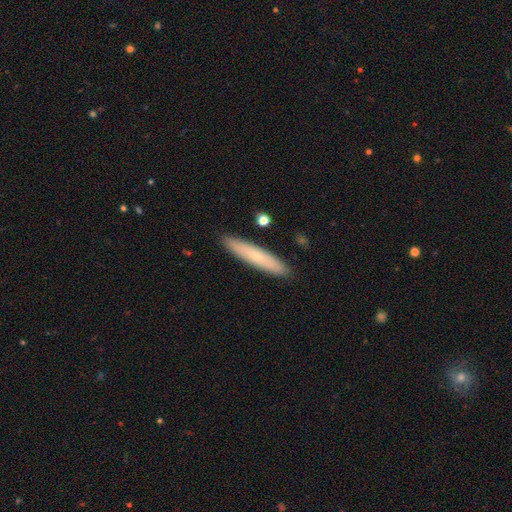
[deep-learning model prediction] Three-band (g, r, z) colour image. It shows a smooth galaxy with no disk features (64%) that is cigar-shaped (88%). Merging: none (89%).